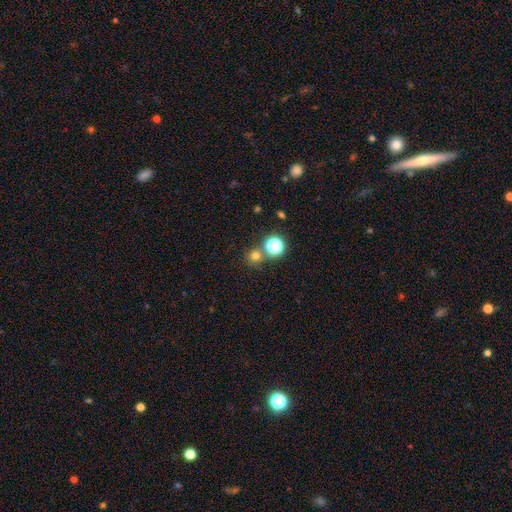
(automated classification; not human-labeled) Smooth or featured? smooth (69%)
How rounded? round (91%)
Merging? none (73%)